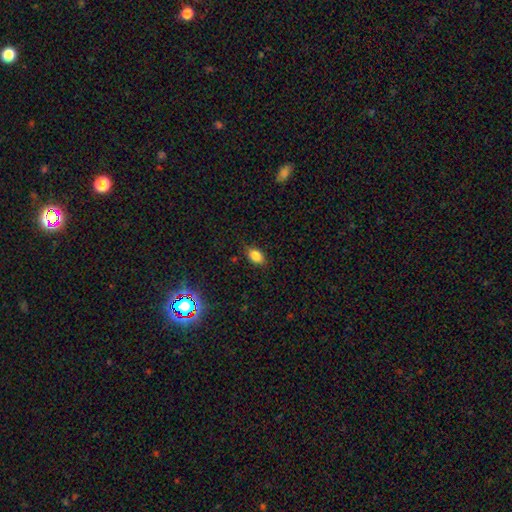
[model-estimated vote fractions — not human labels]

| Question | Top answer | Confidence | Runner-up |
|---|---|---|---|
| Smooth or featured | smooth | 82% | star or artifact (11%) |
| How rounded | in between | 82% | round (16%) |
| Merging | none | 83% | minor disturbance (13%) |